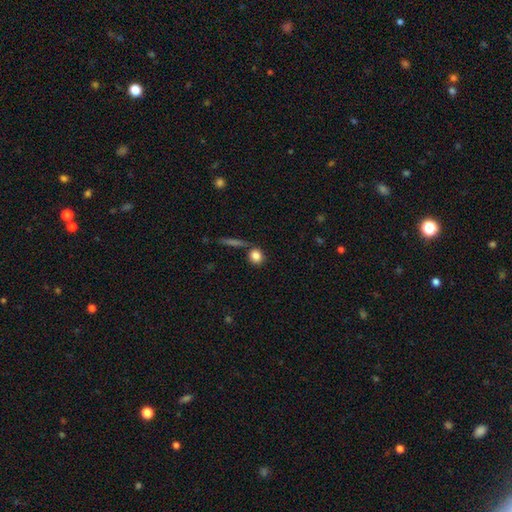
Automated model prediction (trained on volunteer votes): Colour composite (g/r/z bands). It shows a smooth galaxy with no disk features (84%) that is round (79%). Merging: none (75%).